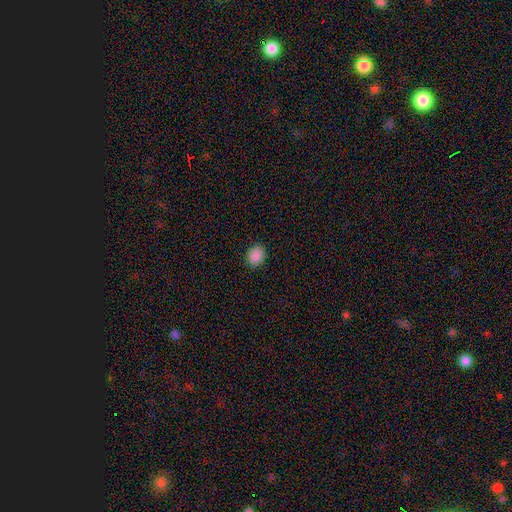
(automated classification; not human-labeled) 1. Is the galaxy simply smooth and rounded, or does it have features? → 89% smooth, 9% star or artifact, 3% featured or disk.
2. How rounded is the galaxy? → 53% in between, 46% round, 1% cigar-shaped.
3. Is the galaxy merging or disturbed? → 89% none, 8% minor disturbance, 2% major disturbance, 1% merger.